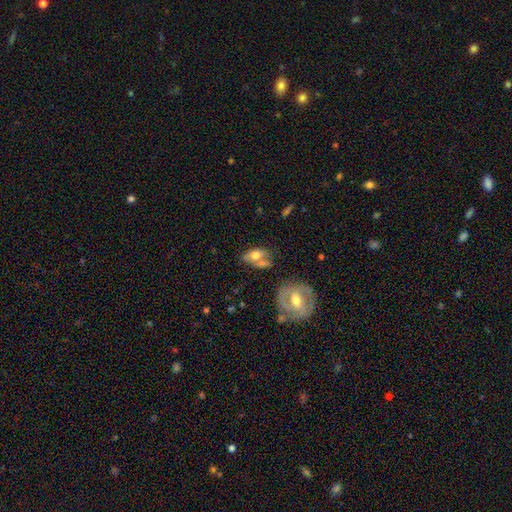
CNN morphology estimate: smooth 60%, featured or disk 31%, star or artifact 8%. Down the decision tree: how rounded — in between (83%); merging — none (42%).